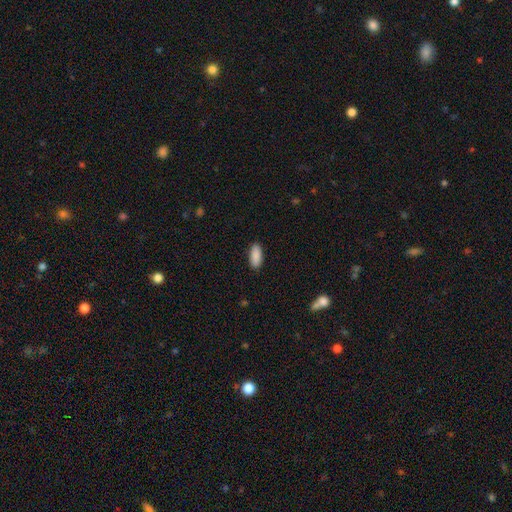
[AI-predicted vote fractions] Q: Smooth or featured?
A: smooth (90%); runner-up: star or artifact (6%)
Q: How rounded?
A: in between (83%); runner-up: cigar-shaped (15%)
Q: Merging?
A: none (89%); runner-up: minor disturbance (8%)